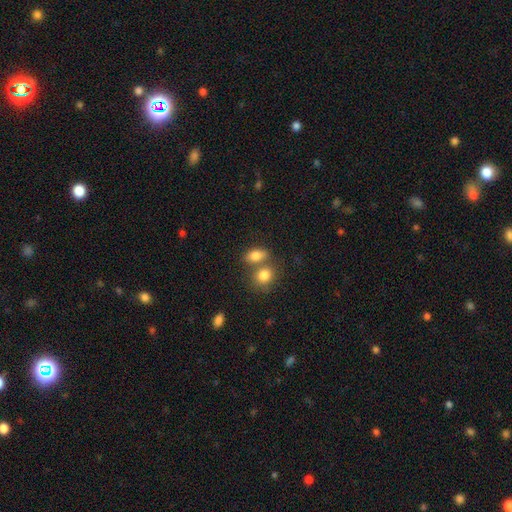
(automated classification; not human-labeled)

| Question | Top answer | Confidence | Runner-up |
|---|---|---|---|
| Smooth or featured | smooth | 82% | featured or disk (9%) |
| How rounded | in between | 79% | round (17%) |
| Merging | none | 45% | merger (41%) |